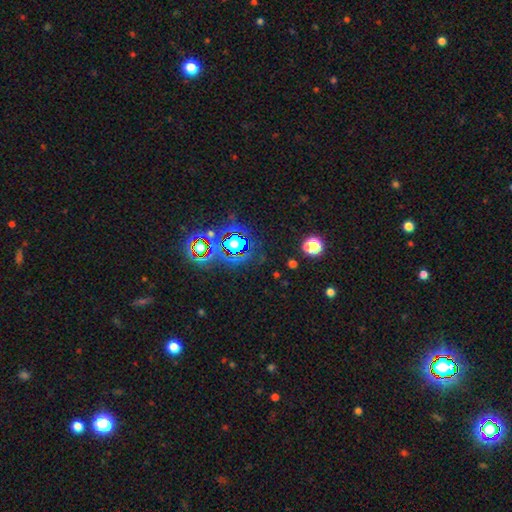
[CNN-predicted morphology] Smooth or featured? star or artifact (79%)